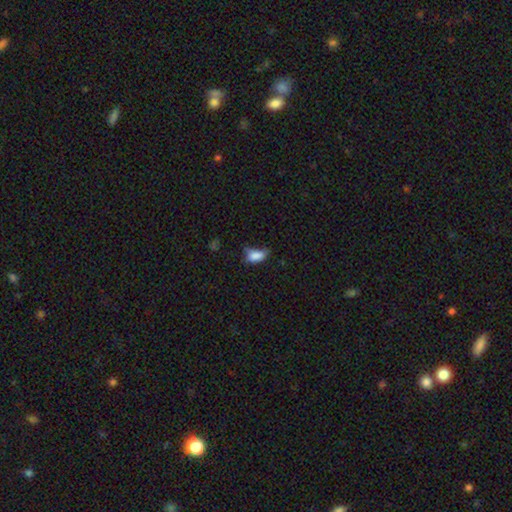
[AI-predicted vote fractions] A smooth galaxy with no disk features (82%) that is in between round and cigar-shaped (88%). Merging: none (39%).